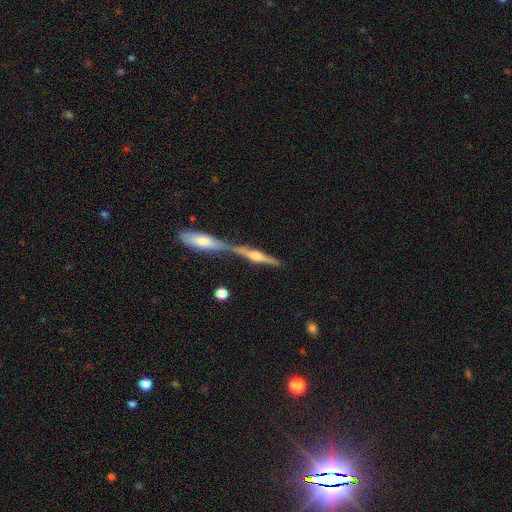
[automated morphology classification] type=featured or disk (72%); edge-on=yes (94%); edge-on bulge=rounded (84%); merging=none (45%).